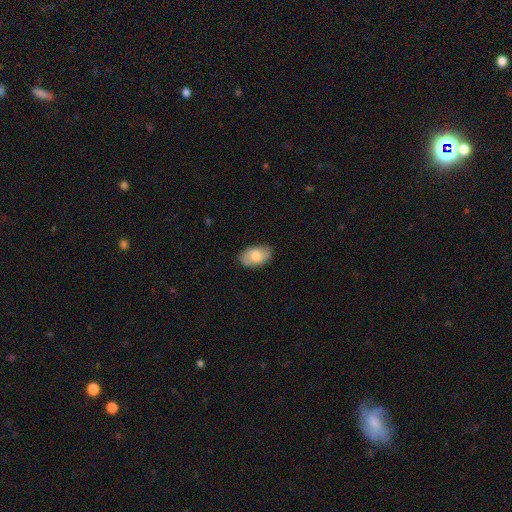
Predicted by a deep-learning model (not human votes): smooth_or_featured: smooth (p=0.64) [alt: featured or disk p=0.29]
how_rounded: in between (p=0.92) [alt: round p=0.07]
merging: none (p=0.82) [alt: minor disturbance p=0.14]